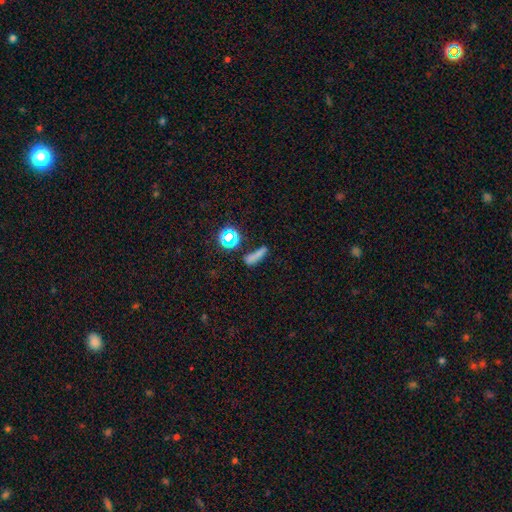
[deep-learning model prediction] A smooth galaxy with no disk features (60%) that is cigar-shaped (60%). Merging: none (49%).